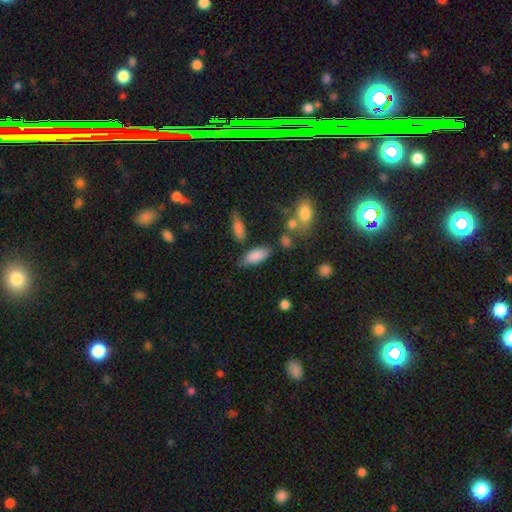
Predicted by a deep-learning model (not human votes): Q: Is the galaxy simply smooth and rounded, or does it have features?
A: smooth — 84%.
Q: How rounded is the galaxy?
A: in between — 83%.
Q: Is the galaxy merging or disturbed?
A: none — 65%.